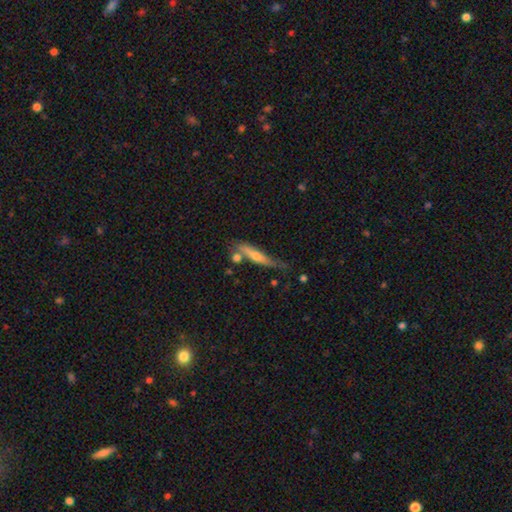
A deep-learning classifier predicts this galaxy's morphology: Smooth or featured? Predicted: featured or disk (p=0.59). Edge-on disk? Predicted: yes (p=0.89). Edge-on bulge? Predicted: rounded (p=0.79). Merging? Predicted: none (p=0.59).